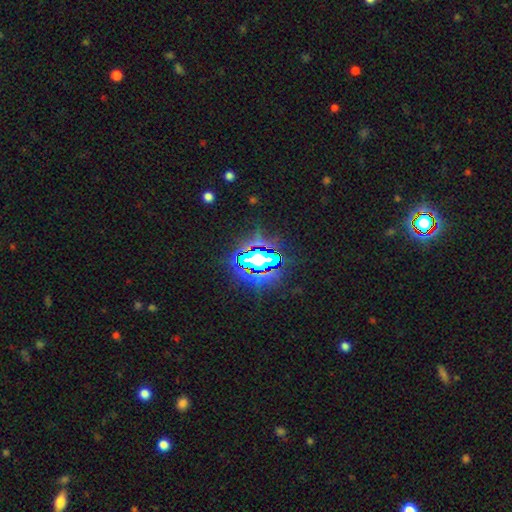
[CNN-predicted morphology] Smooth or featured: star or artifact — 79% (smooth — 12%)